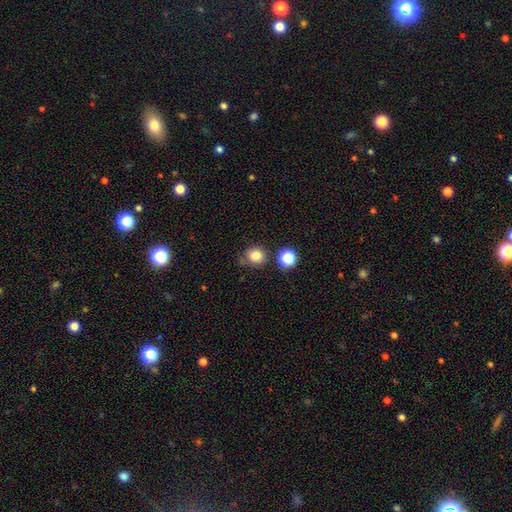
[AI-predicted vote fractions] This appears to be a smooth galaxy with no disk features (82%) that is round (89%). Merging: none (75%).